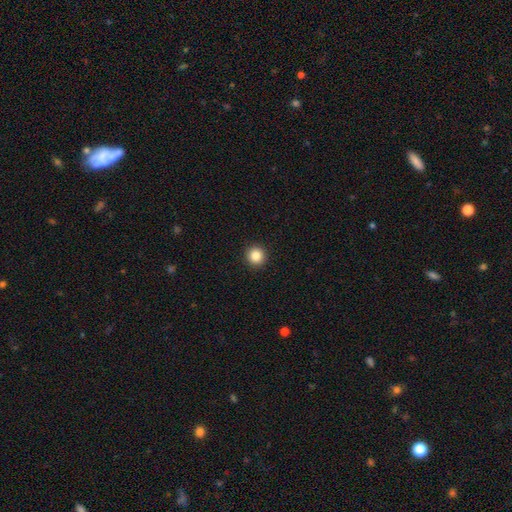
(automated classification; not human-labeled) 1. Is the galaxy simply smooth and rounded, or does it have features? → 85% smooth, 10% star or artifact, 4% featured or disk.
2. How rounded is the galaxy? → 95% round, 4% in between, 1% cigar-shaped.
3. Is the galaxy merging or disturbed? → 94% none, 4% minor disturbance, 1% major disturbance, 1% merger.